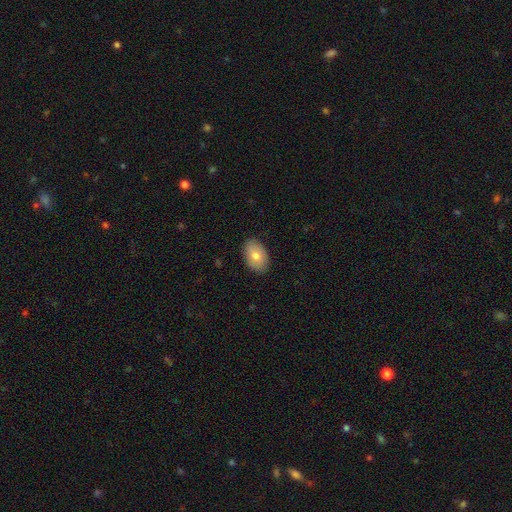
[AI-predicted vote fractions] smooth-or-featured: smooth: 78% | featured or disk: 15% | star or artifact: 7%
  how-rounded: in between: 89% | round: 10% | cigar-shaped: 1%
  merging: none: 87% | minor disturbance: 10% | major disturbance: 2% | merger: 1%